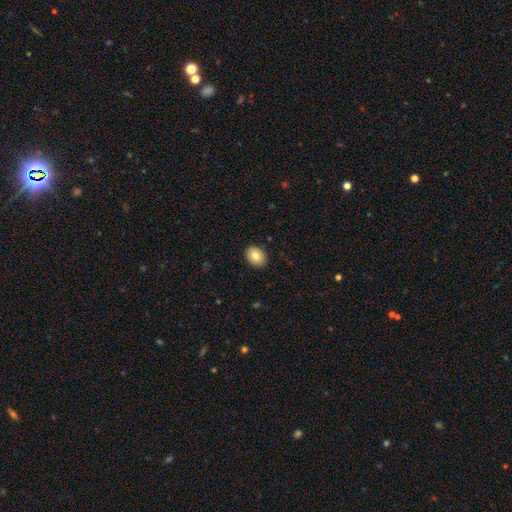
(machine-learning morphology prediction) This appears to be a smooth galaxy with no disk features (80%) that is in between round and cigar-shaped (64%). Merging: none (90%).